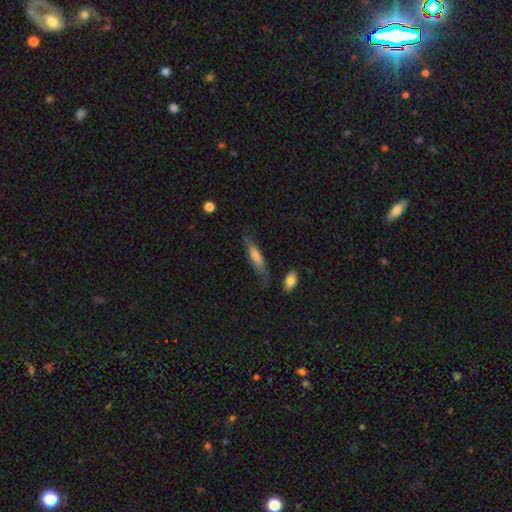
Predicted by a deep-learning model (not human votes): Smooth or featured? Predicted: smooth (p=0.56). How rounded? Predicted: cigar-shaped (p=0.79). Merging? Predicted: none (p=0.70).